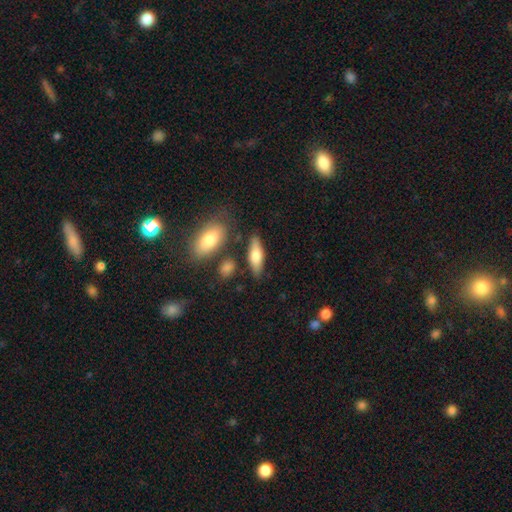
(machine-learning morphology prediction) A smooth galaxy with no disk features (69%) that is in between round and cigar-shaped (60%). Merging: none (76%).